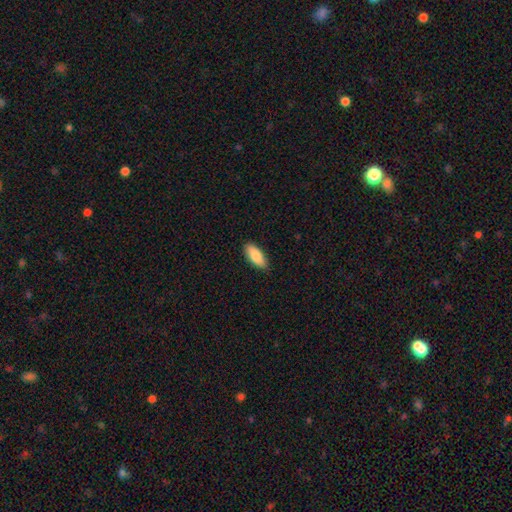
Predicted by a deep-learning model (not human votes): This is clearly a smooth galaxy (86%). How rounded: clearly in between (81%). Merging: clearly none (87%).